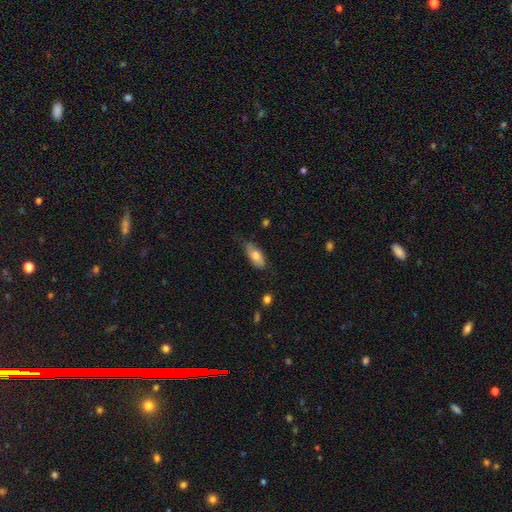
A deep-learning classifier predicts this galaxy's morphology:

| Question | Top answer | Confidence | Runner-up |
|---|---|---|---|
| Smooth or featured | smooth | 73% | featured or disk (20%) |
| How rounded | in between | 82% | cigar-shaped (15%) |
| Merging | none | 60% | minor disturbance (32%) |